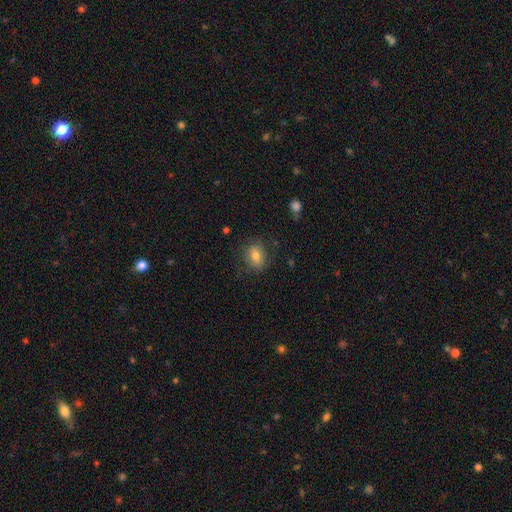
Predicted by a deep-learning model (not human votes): Morphology: type=smooth (75%); roundness=in between (53%); merging=none (76%).